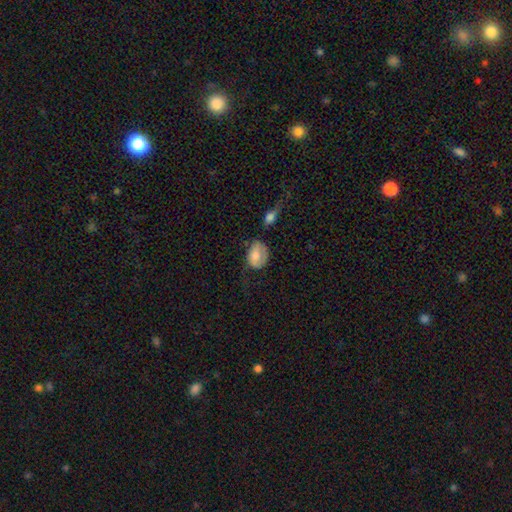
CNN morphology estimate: Smooth or featured? Predicted: smooth (p=0.70). How rounded? Predicted: in between (p=0.71). Merging? Predicted: none (p=0.34).